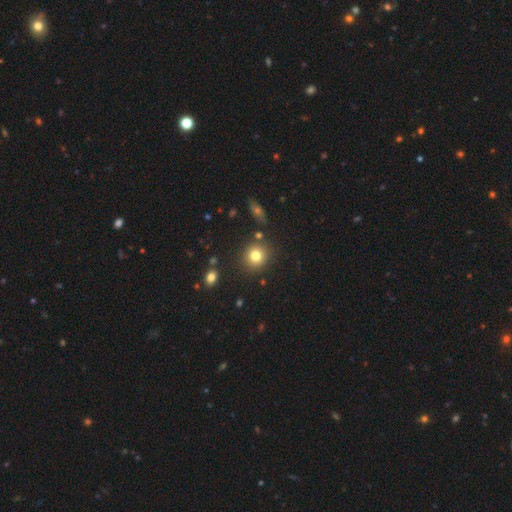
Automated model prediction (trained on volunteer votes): Smooth or featured?
  - smooth: 79% *
  - star or artifact: 12%
  - featured or disk: 9%
How rounded?
  - round: 89% *
  - in between: 10%
  - cigar-shaped: 1%
Merging?
  - none: 84% *
  - minor disturbance: 8%
  - merger: 5%
  - major disturbance: 3%